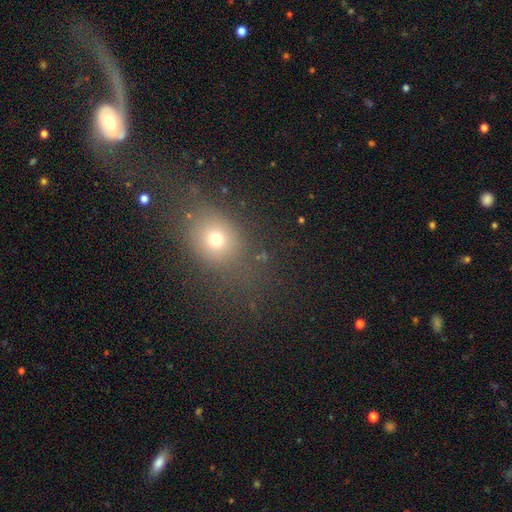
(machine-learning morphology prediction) Smooth or featured? Predicted: smooth (p=0.54). How rounded? Predicted: round (p=0.57). Merging? Predicted: none (p=0.51).